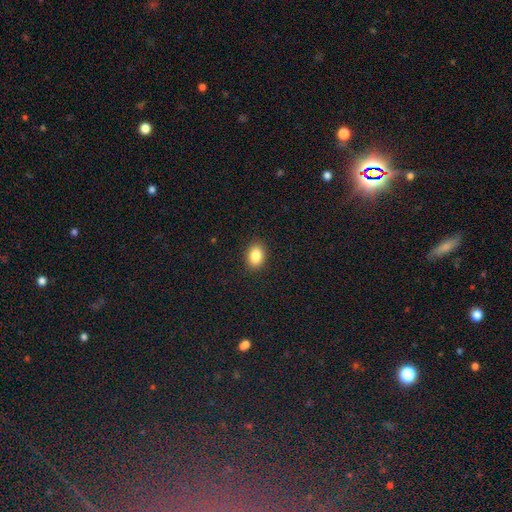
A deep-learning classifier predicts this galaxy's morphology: Smooth or featured? Predicted: smooth (p=0.85). How rounded? Predicted: in between (p=0.75). Merging? Predicted: none (p=0.90).